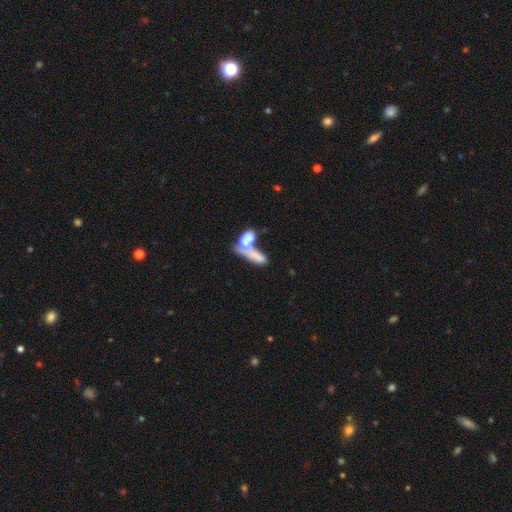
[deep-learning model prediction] This appears to be a smooth galaxy with no disk features (61%) that is in between round and cigar-shaped (61%). Merging: merger (65%).